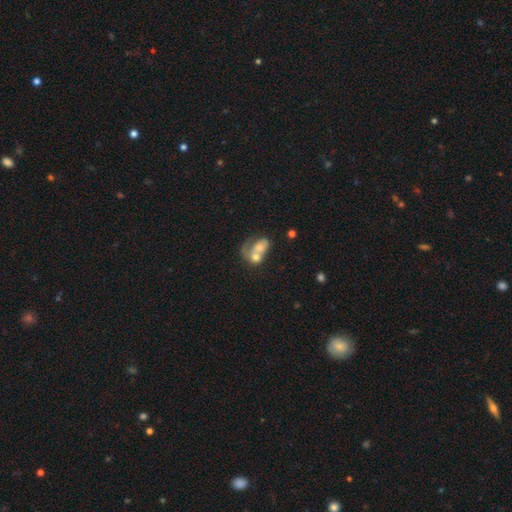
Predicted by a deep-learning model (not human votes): Q: Smooth or featured?
A: smooth (48%); runner-up: featured or disk (44%)
Q: Merging?
A: merger (68%); runner-up: major disturbance (13%)